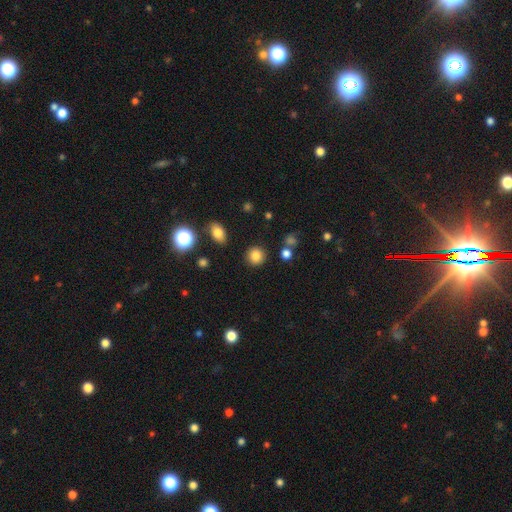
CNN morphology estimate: The model was most divided on "smooth or featured": smooth: 84%, star or artifact: 11%, featured or disk: 5%. More confident: how rounded — round (90%); merging — none (88%).